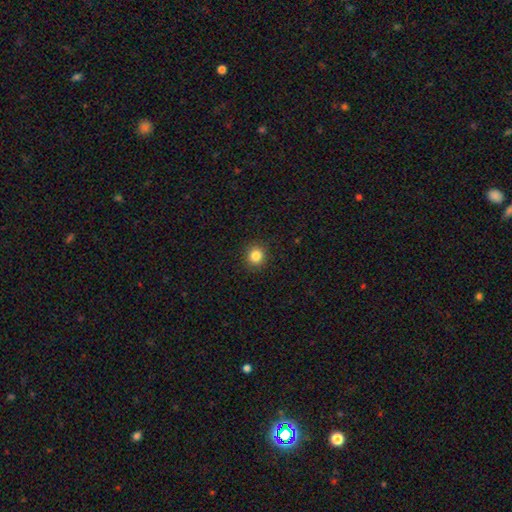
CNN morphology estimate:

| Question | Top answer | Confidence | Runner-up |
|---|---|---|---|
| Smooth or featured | smooth | 85% | star or artifact (11%) |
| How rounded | round | 89% | in between (10%) |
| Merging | none | 91% | minor disturbance (6%) |